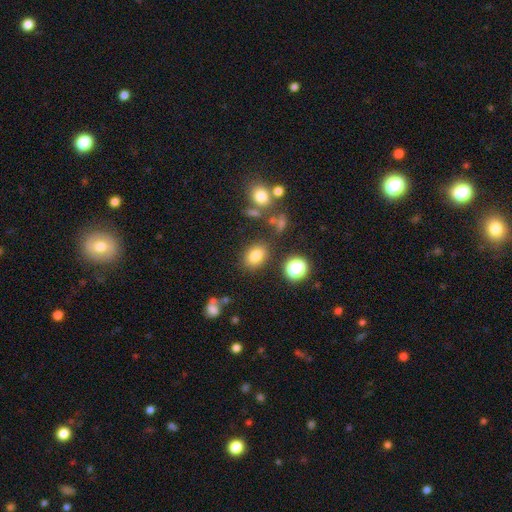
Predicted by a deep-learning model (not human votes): Smooth or featured: smooth — 79% (star or artifact — 13%)
How rounded: in between — 71% (round — 28%)
Merging: none — 80% (minor disturbance — 11%)